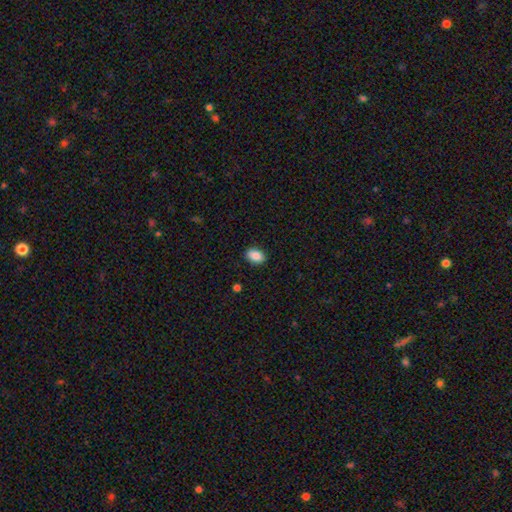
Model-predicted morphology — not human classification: Smooth or featured? smooth (86%)
How rounded? in between (83%)
Merging? none (88%)